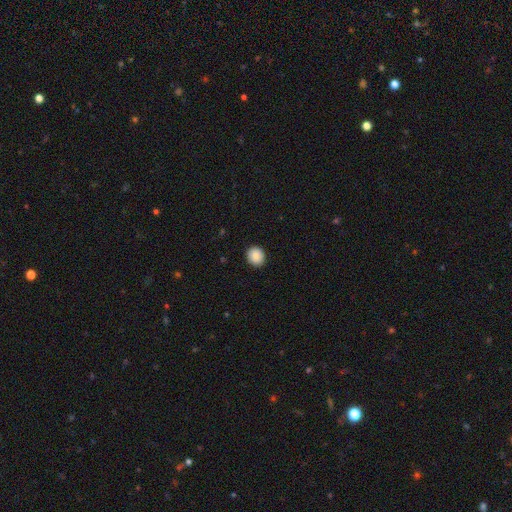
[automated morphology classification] This is clearly a smooth galaxy (88%). How rounded: clearly round (82%). Merging: clearly none (91%).